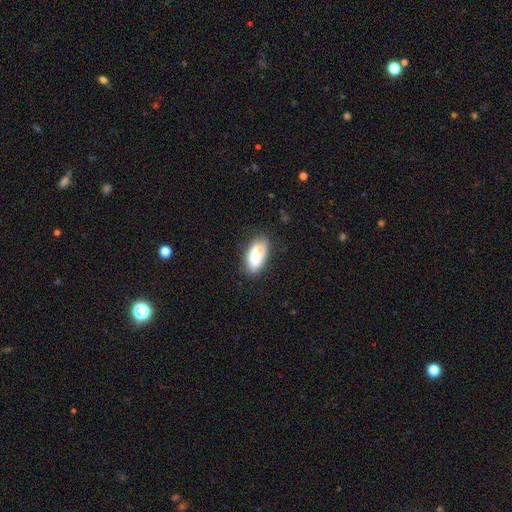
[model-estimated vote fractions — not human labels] This appears to be a smooth galaxy with no disk features (78%) that is in between round and cigar-shaped (87%). Merging: none (64%).